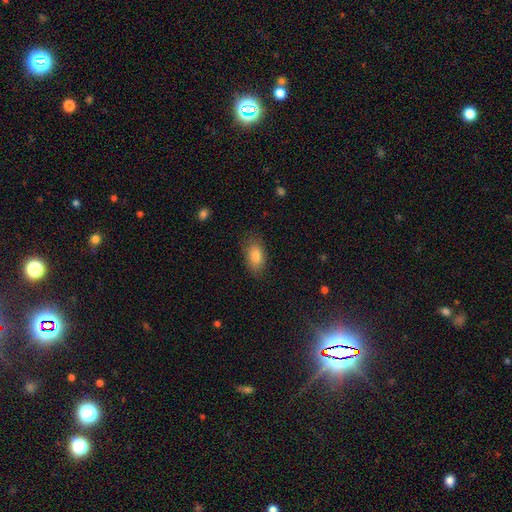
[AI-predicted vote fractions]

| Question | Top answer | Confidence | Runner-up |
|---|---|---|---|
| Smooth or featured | smooth | 83% | featured or disk (8%) |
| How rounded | in between | 91% | round (6%) |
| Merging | none | 82% | minor disturbance (14%) |